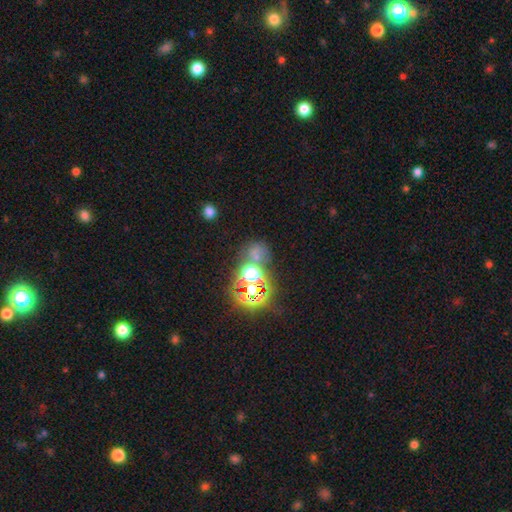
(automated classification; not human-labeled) Morphology: type=star or artifact (52%).